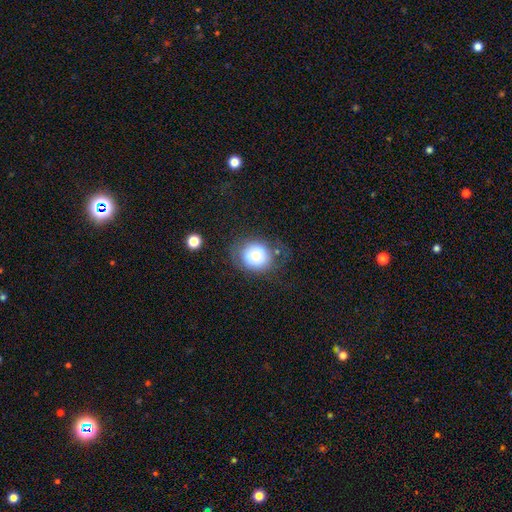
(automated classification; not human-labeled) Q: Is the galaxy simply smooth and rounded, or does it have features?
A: smooth — 66%.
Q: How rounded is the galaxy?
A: round — 80%.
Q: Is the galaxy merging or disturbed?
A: none — 67%.